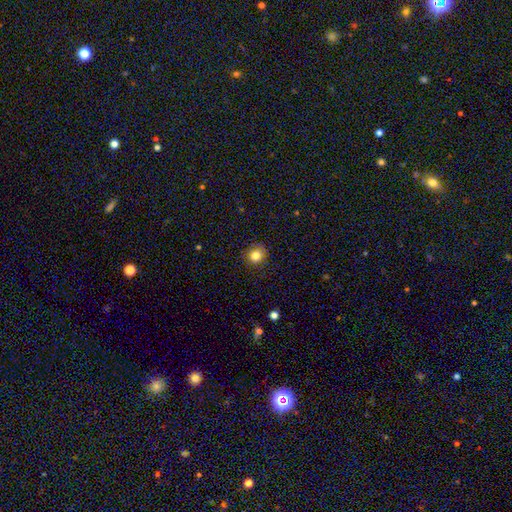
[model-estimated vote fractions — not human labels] Smooth or featured? Predicted: smooth (p=0.82). How rounded? Predicted: round (p=0.86). Merging? Predicted: none (p=0.87).